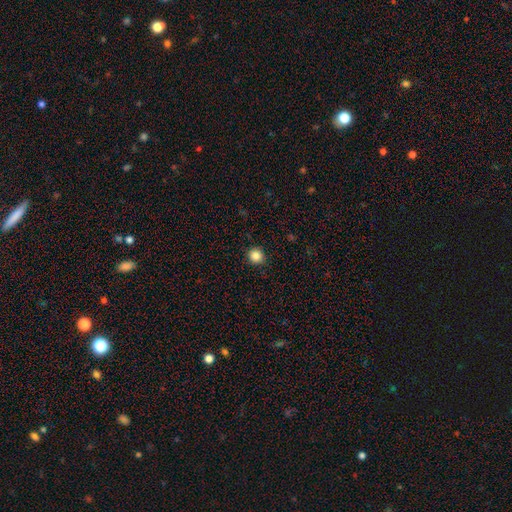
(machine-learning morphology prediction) smooth 86%, star or artifact 11%, featured or disk 4%. Down the decision tree: how rounded — round (92%); merging — none (91%).